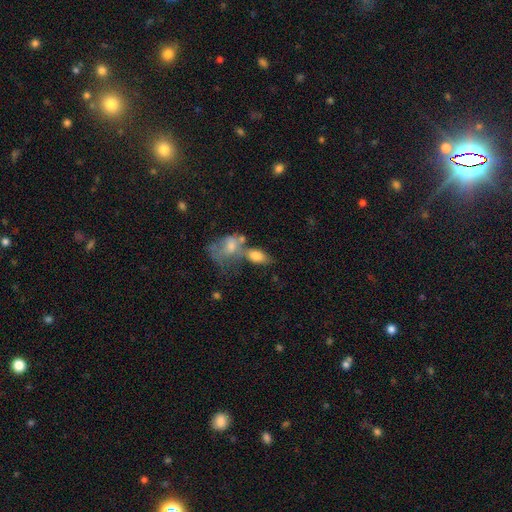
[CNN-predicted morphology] Q: Smooth or featured?
A: smooth (72%); runner-up: featured or disk (19%)
Q: How rounded?
A: in between (87%); runner-up: round (9%)
Q: Merging?
A: merger (45%); runner-up: none (30%)